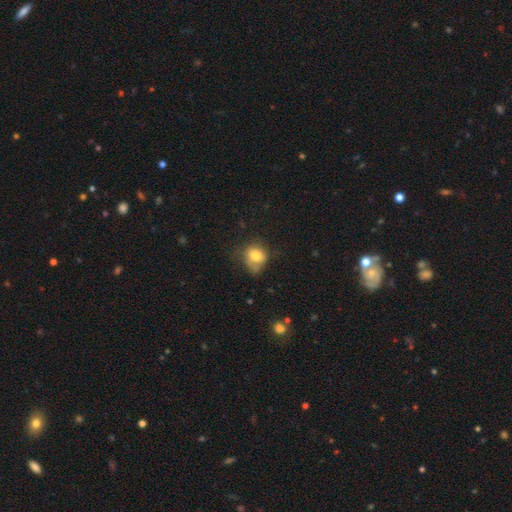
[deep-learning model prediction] Q: Smooth or featured?
A: smooth (75%); runner-up: featured or disk (16%)
Q: How rounded?
A: round (58%); runner-up: in between (41%)
Q: Merging?
A: none (42%); runner-up: minor disturbance (36%)